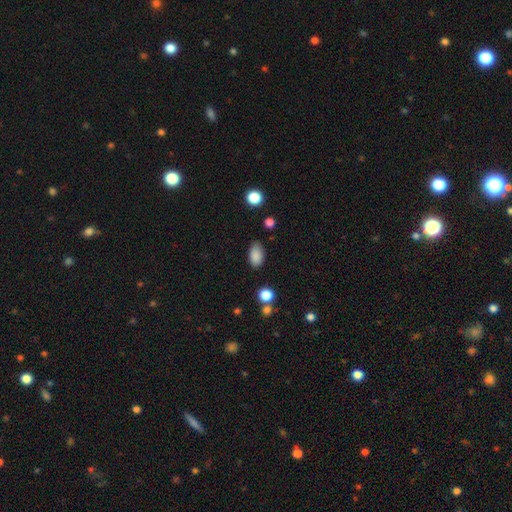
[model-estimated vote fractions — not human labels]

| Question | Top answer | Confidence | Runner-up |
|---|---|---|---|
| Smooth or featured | smooth | 87% | star or artifact (9%) |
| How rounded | in between | 92% | round (6%) |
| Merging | none | 80% | minor disturbance (15%) |